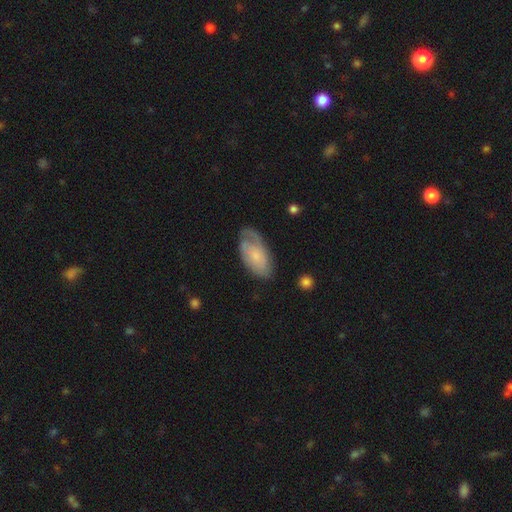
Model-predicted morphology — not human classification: smooth-or-featured: smooth: 49% | featured or disk: 45% | star or artifact: 6%
  merging: none: 61% | minor disturbance: 26% | major disturbance: 11% | merger: 2%